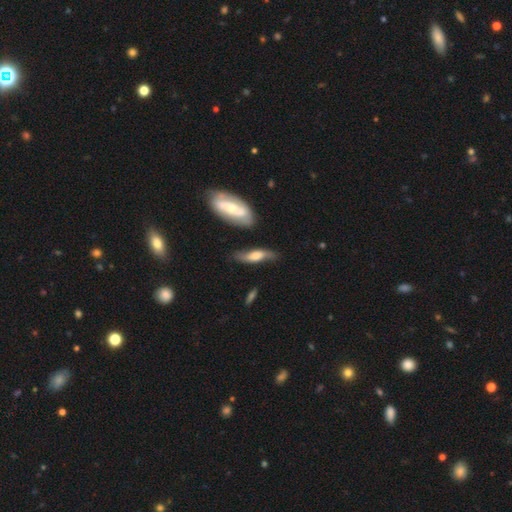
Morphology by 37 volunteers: Smooth or featured: featured or disk — 59% (smooth — 32%)
Edge-on disk: no — 64% (yes — 36%)
Bar: no — 57% (weak — 36%)
Spiral arms: yes — 86% (no — 14%)
Spiral winding: loose — 75% (medium — 17%)
Spiral arm count: 2 — 75% (can't tell — 25%)
Bulge size: moderate — 43% (small — 36%)
Merging: none — 65% (major disturbance — 18%)